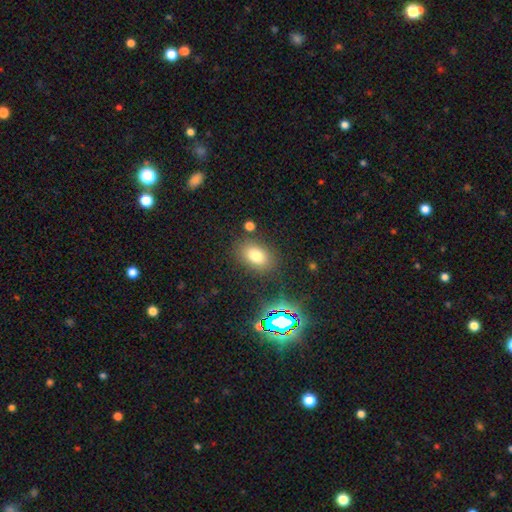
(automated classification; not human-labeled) Smooth or featured? smooth (75%)
How rounded? in between (78%)
Merging? none (81%)